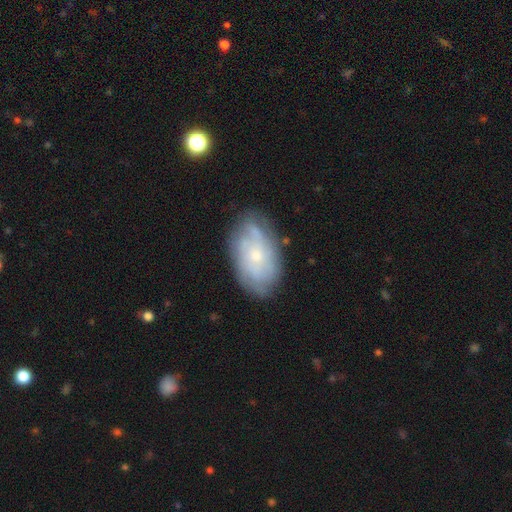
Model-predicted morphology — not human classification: featured or disk 62%, smooth 31%, star or artifact 7%. Down the decision tree: edge-on disk — no (94%); bar — no (80%); spiral arms — yes (74%); bulge size — small (67%); merging — none (74%).